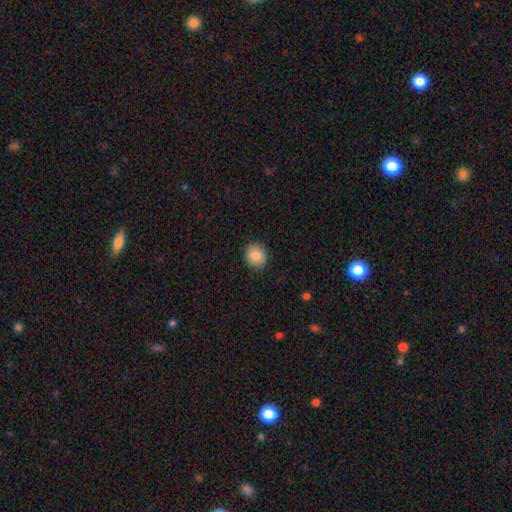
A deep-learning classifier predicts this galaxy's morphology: type=smooth (87%); roundness=round (74%); merging=none (91%).